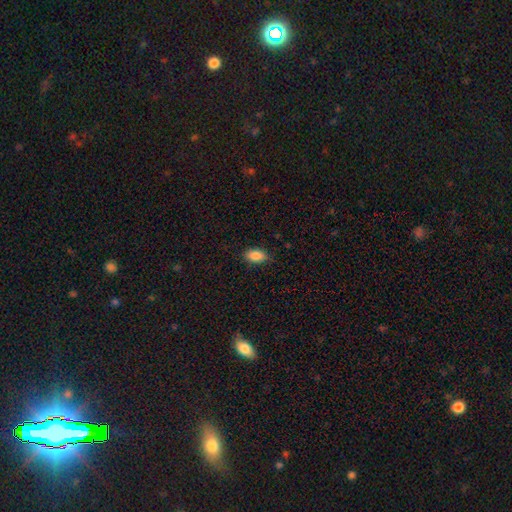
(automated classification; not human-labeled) Smooth or featured: smooth — 87% (star or artifact — 8%)
How rounded: in between — 91% (round — 6%)
Merging: none — 84% (minor disturbance — 12%)